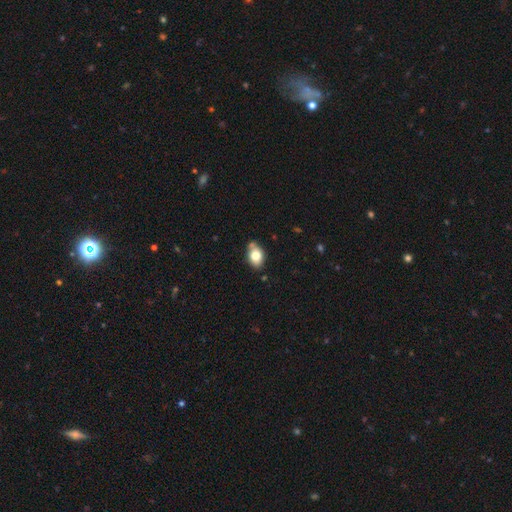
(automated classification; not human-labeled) Smooth or featured? smooth (78%)
How rounded? in between (78%)
Merging? none (70%)